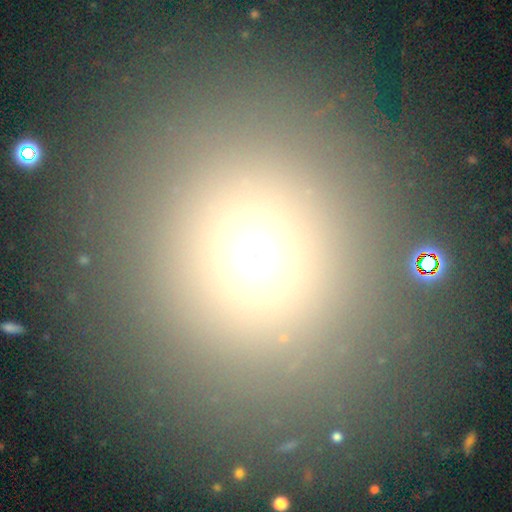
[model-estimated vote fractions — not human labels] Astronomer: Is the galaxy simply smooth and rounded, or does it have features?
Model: smooth — 65%.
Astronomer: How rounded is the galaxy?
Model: round — 77%.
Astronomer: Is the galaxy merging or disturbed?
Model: none — 78%.